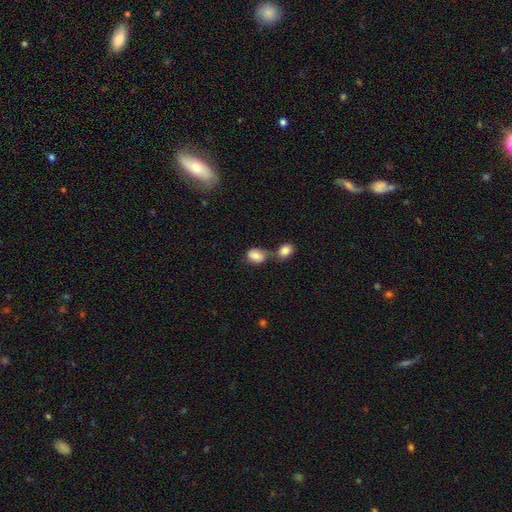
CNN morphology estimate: type=smooth (83%); roundness=in between (76%); merging=merger (41%).